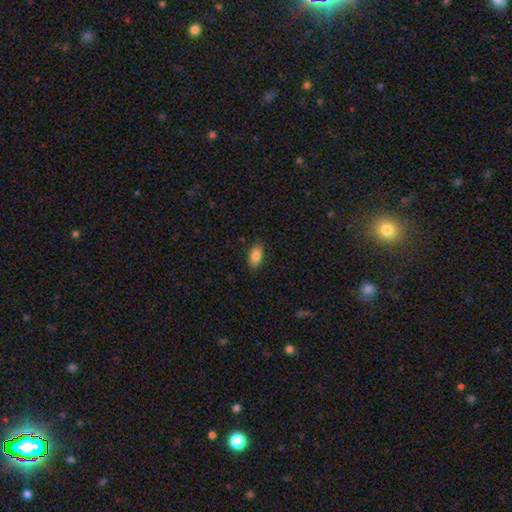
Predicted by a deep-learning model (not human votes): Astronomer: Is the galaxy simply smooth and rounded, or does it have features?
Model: smooth — 84%.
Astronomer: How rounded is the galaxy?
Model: in between — 90%.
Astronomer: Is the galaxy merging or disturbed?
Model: none — 86%.